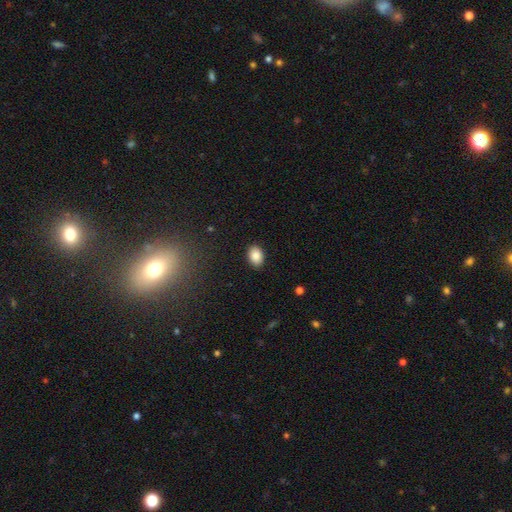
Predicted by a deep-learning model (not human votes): smooth_or_featured: smooth (p=0.87) [alt: star or artifact p=0.08]
how_rounded: in between (p=0.82) [alt: round p=0.17]
merging: none (p=0.89) [alt: minor disturbance p=0.08]